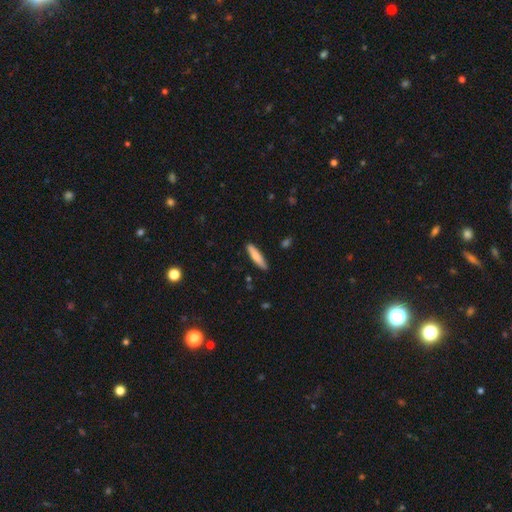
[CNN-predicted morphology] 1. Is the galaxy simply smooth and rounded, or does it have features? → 79% smooth, 16% featured or disk, 5% star or artifact.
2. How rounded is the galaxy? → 80% cigar-shaped, 18% in between, 1% round.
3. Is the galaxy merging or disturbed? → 88% none, 9% minor disturbance, 2% major disturbance, 1% merger.